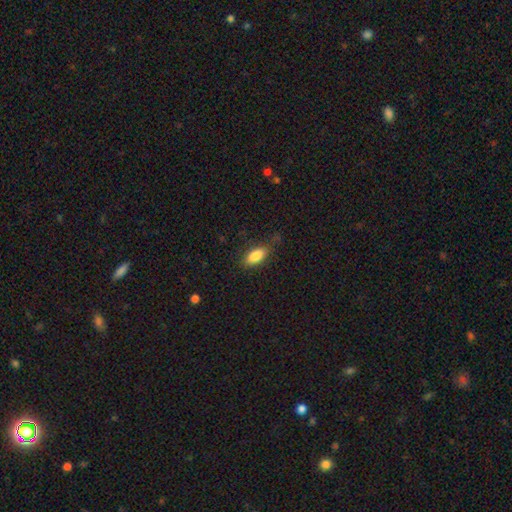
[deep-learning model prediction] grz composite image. It shows a smooth galaxy with no disk features (84%) that is in between round and cigar-shaped (84%). Merging: none (75%).